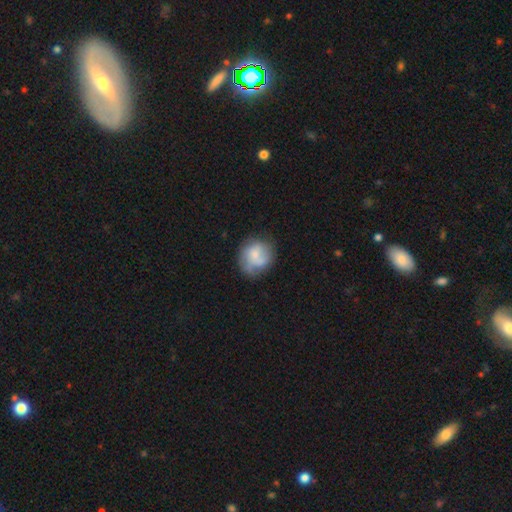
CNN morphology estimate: Q: Smooth or featured?
A: smooth (54%); runner-up: featured or disk (39%)
Q: How rounded?
A: round (78%); runner-up: in between (21%)
Q: Merging?
A: none (58%); runner-up: minor disturbance (24%)